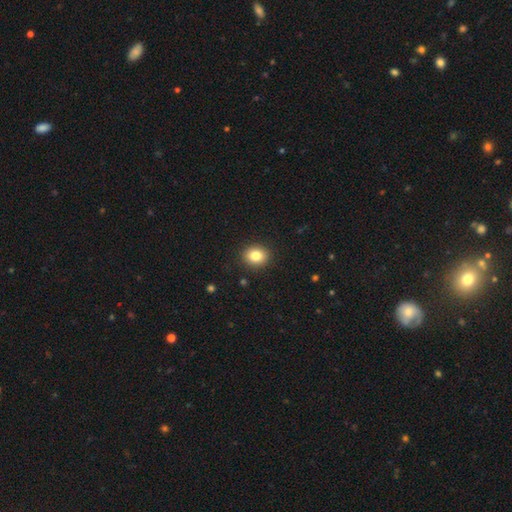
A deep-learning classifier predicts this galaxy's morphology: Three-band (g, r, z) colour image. It shows a smooth galaxy with no disk features (83%) that is round (65%). Merging: none (90%).